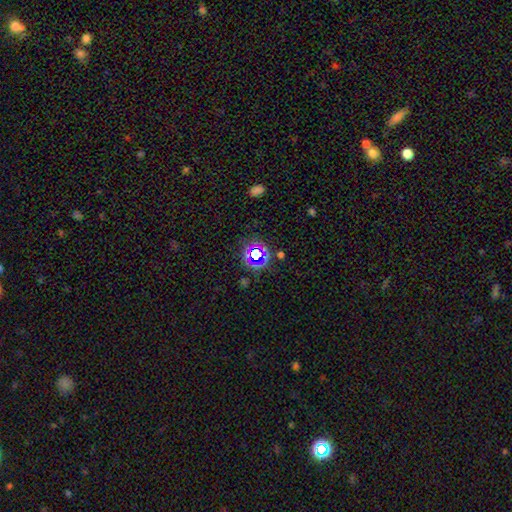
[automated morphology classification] This appears to be a star or artifact, not a galaxy (65%).